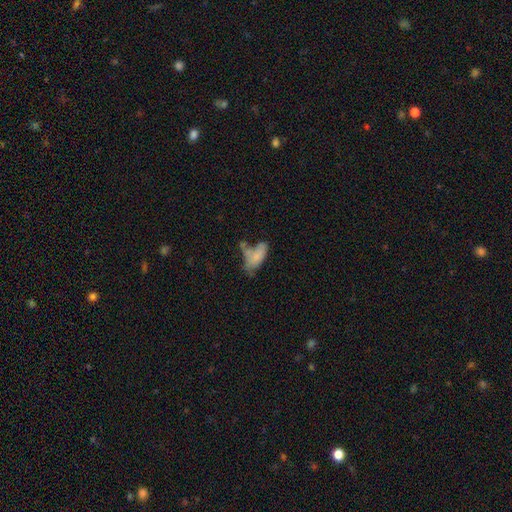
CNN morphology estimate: smooth 69%, featured or disk 22%, star or artifact 9%. Down the decision tree: how rounded — in between (86%); merging — none (29%).